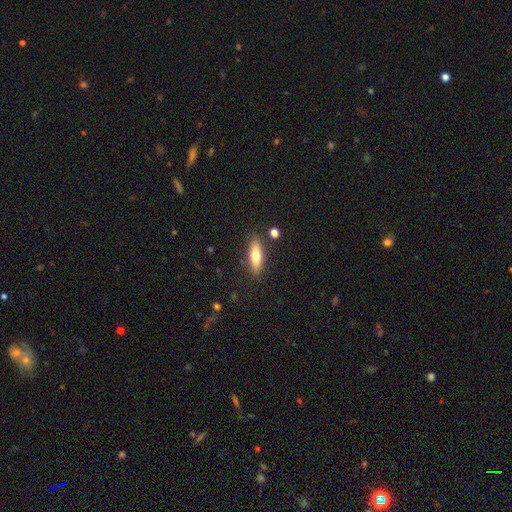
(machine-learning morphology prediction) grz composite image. It shows a smooth galaxy with no disk features (64%) that is in between round and cigar-shaped (51%). Merging: none (84%).